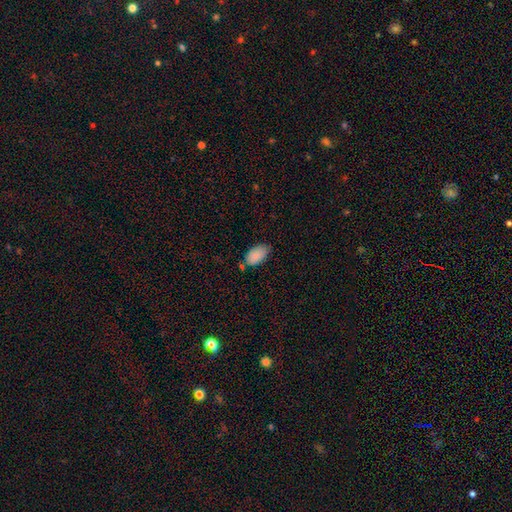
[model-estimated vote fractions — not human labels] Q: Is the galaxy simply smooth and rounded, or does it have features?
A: smooth — 87%.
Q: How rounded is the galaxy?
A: in between — 95%.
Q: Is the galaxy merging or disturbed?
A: none — 63%.